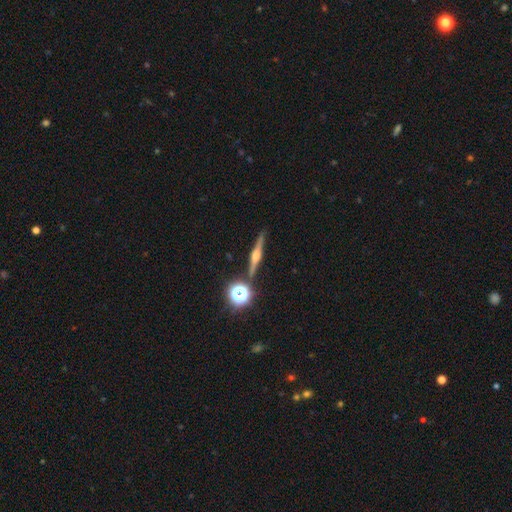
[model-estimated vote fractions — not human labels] Smooth or featured?
  - featured or disk: 78% *
  - smooth: 12%
  - star or artifact: 9%
Edge-on disk?
  - yes: 98% *
  - no: 2%
Edge-on bulge?
  - rounded: 91% *
  - boxy: 5%
  - none: 3%
Merging?
  - none: 89% *
  - minor disturbance: 6%
  - merger: 3%
  - major disturbance: 2%